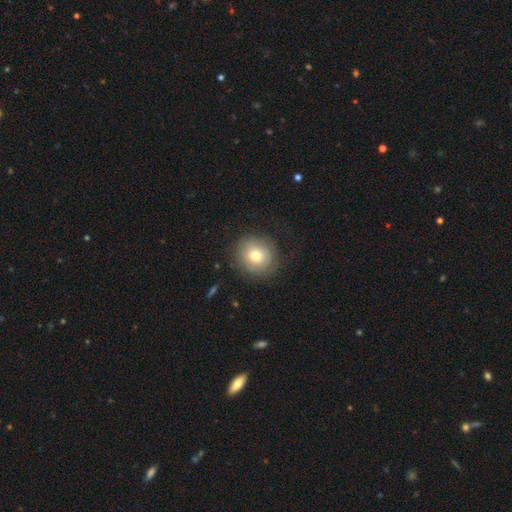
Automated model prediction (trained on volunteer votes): smooth-or-featured: smooth: 74% | featured or disk: 17% | star or artifact: 9%
  how-rounded: round: 84% | in between: 15% | cigar-shaped: 1%
  merging: none: 81% | minor disturbance: 12% | major disturbance: 5% | merger: 1%